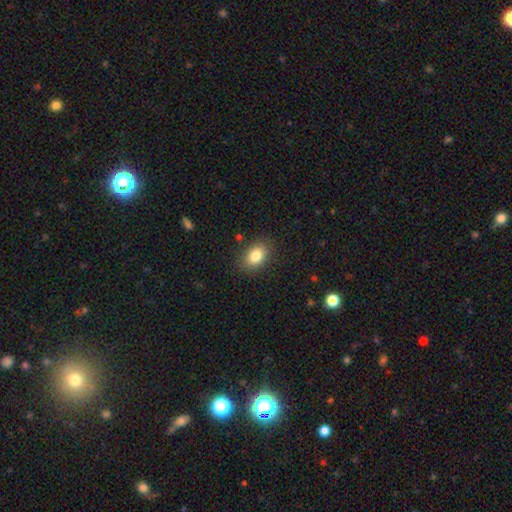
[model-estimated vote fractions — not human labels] Smooth or featured? Predicted: smooth (p=0.83). How rounded? Predicted: in between (p=0.78). Merging? Predicted: none (p=0.86).